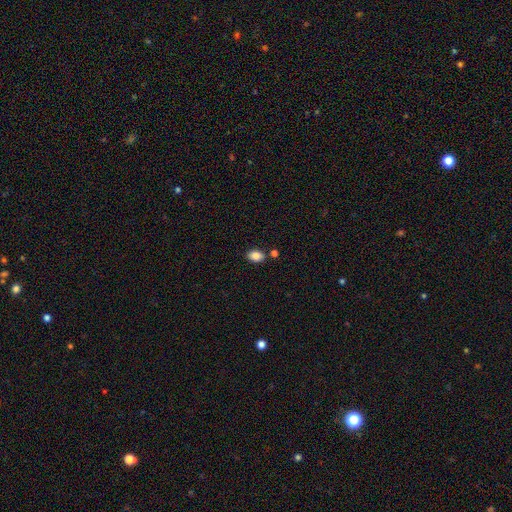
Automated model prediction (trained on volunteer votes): Smooth or featured?
  - smooth: 86% *
  - star or artifact: 9%
  - featured or disk: 5%
How rounded?
  - in between: 83% *
  - round: 16%
  - cigar-shaped: 1%
Merging?
  - none: 80% *
  - minor disturbance: 10%
  - merger: 8%
  - major disturbance: 2%